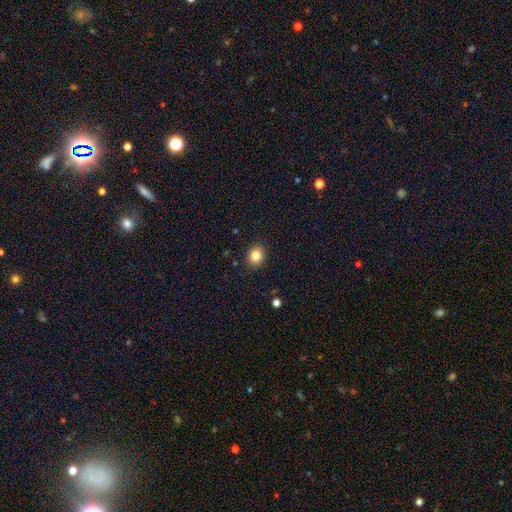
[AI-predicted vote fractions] Q: Smooth or featured?
A: smooth (83%); runner-up: star or artifact (10%)
Q: How rounded?
A: round (63%); runner-up: in between (36%)
Q: Merging?
A: none (89%); runner-up: minor disturbance (8%)